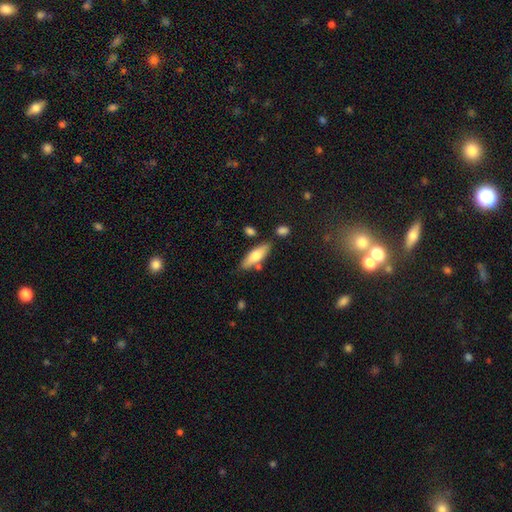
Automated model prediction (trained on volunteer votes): Smooth or featured? smooth (71%)
How rounded? in between (55%)
Merging? none (75%)